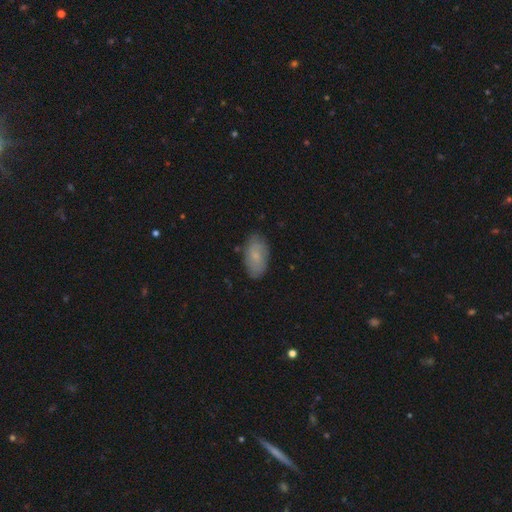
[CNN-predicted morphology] A smooth galaxy with no disk features (63%) that is in between round and cigar-shaped (93%).

Vote fractions:
- Smooth or featured? smooth: 63% / featured or disk: 29% / star or artifact: 8%
- How rounded? in between: 93% / round: 4% / cigar-shaped: 3%
- Merging? none: 80% / minor disturbance: 16% / major disturbance: 3% / merger: 1%